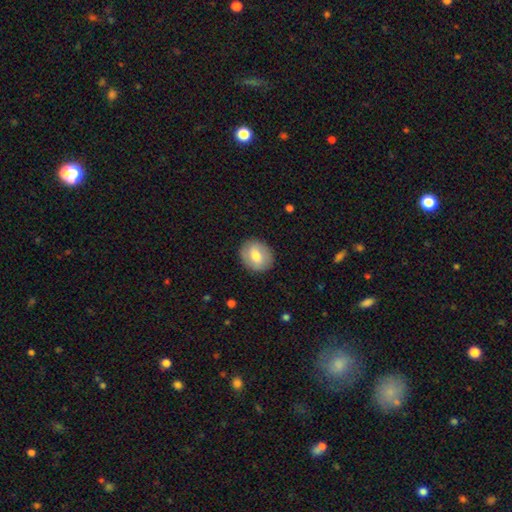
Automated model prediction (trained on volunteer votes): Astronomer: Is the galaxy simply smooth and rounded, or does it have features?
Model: smooth — 67%.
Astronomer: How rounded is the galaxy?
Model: round — 59% (runner-up: in between, 40%).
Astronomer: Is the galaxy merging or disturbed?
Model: none — 87%.